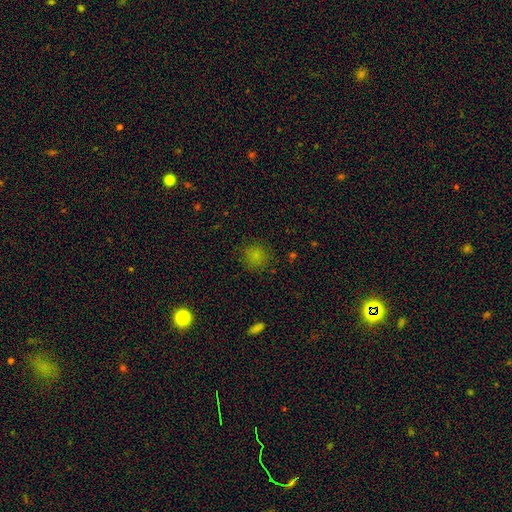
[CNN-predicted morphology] Smooth or featured? smooth (79%)
How rounded? round (90%)
Merging? none (84%)